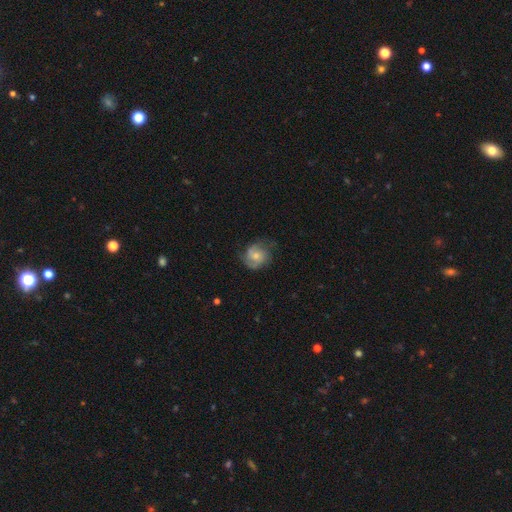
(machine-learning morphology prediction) Smooth or featured? Predicted: featured or disk (p=0.50). Edge-on disk? Predicted: no (p=0.97). Merging? Predicted: none (p=0.60).